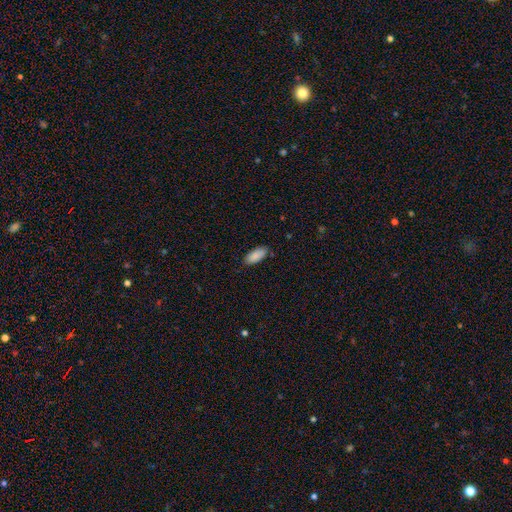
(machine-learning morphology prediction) Smooth or featured? smooth (89%)
How rounded? in between (87%)
Merging? none (86%)